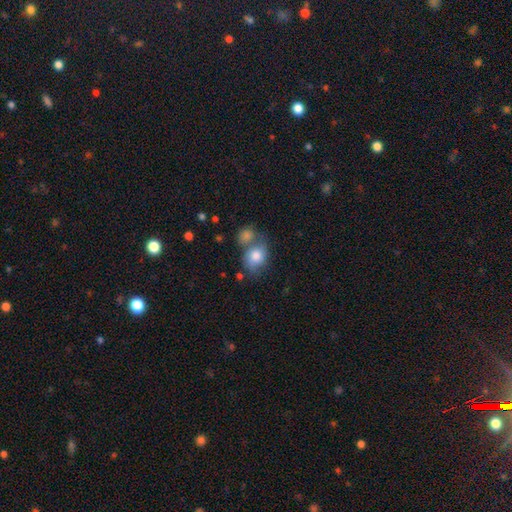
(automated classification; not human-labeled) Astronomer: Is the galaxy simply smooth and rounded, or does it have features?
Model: smooth — 78%.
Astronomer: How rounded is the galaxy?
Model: in between — 51% (runner-up: round, 48%).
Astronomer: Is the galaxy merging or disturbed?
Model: none — 39%, tied with merger at 39%.